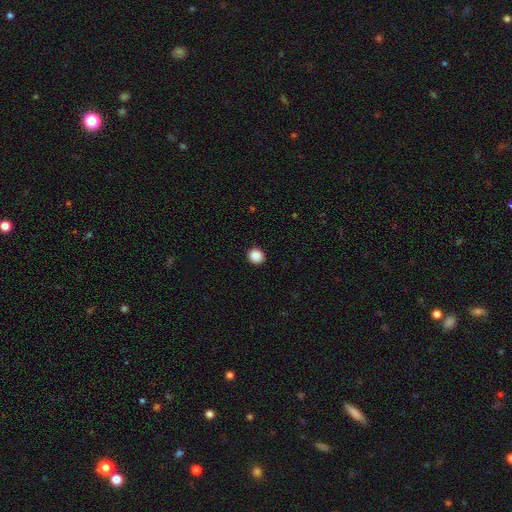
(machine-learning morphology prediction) This appears to be a smooth galaxy with no disk features (89%) that is round (83%). Merging: none (92%).